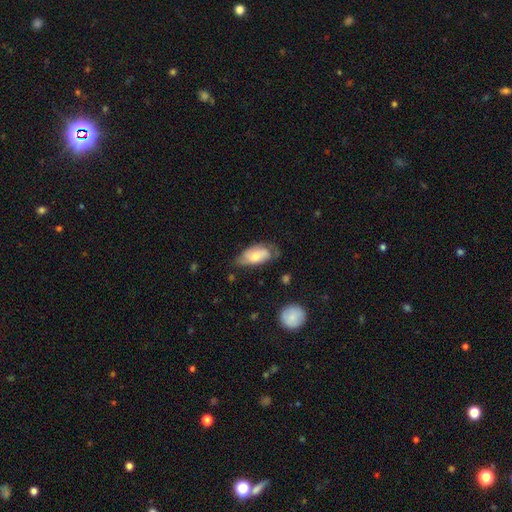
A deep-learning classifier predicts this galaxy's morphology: A smooth galaxy with no disk features (59%) that is in between round and cigar-shaped (89%). Merging: none (51%).